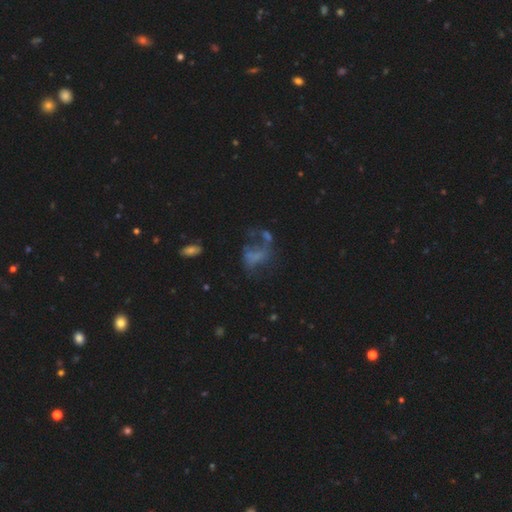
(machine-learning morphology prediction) Q: Smooth or featured?
A: featured or disk (45%); runner-up: smooth (33%)
Q: Merging?
A: major disturbance (38%); runner-up: none (29%)